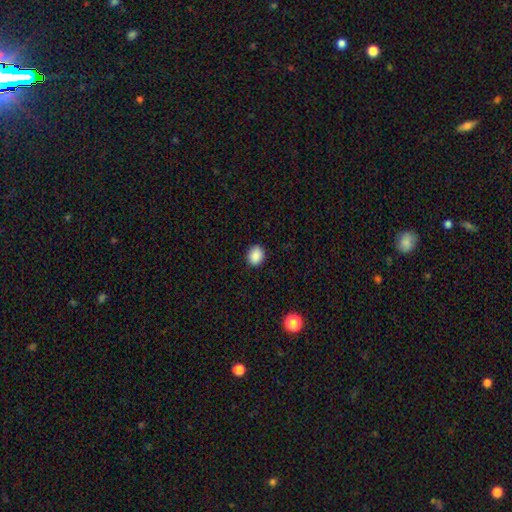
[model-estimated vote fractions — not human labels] This is clearly a smooth galaxy (88%). How rounded: possibly round (54%). Merging: clearly none (90%).